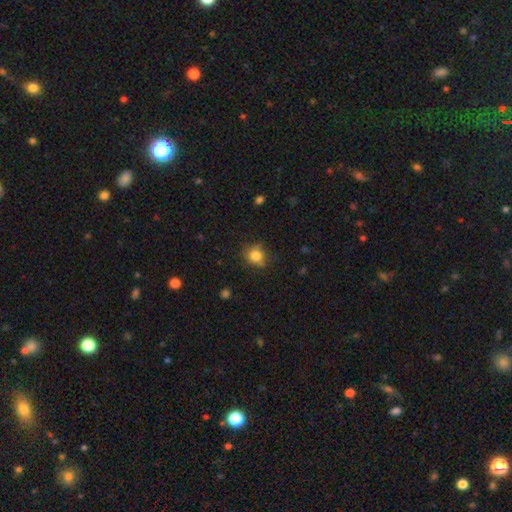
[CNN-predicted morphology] This appears to be a smooth galaxy with no disk features (81%) that is round (81%). Merging: none (71%).